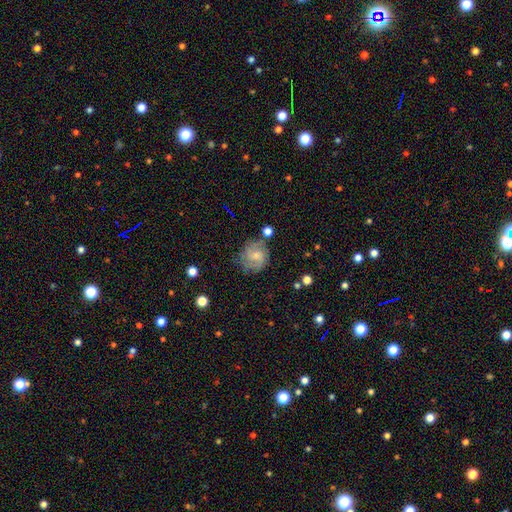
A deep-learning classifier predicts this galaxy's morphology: Q: Smooth or featured?
A: featured or disk (46%); runner-up: smooth (44%)
Q: Merging?
A: none (60%); runner-up: minor disturbance (24%)